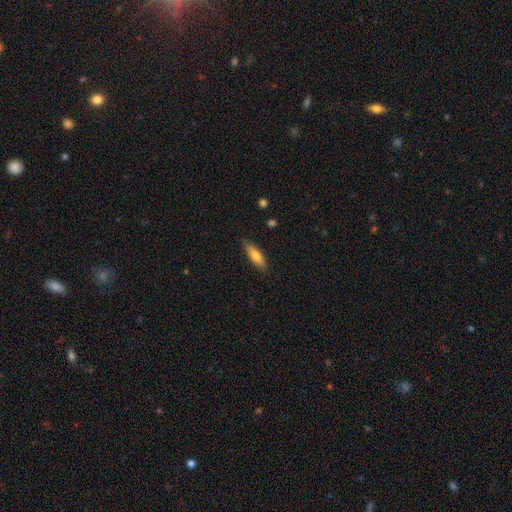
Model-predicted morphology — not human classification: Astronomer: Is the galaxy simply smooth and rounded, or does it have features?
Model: smooth — 75%.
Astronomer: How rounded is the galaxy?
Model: cigar-shaped — 56% (runner-up: in between, 43%).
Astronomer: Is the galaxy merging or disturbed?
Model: none — 85%.